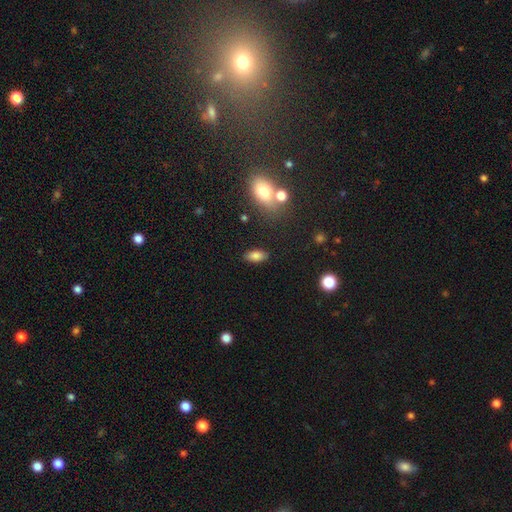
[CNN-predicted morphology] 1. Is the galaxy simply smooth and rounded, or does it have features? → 81% smooth, 10% star or artifact, 9% featured or disk.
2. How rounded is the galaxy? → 88% in between, 8% cigar-shaped, 4% round.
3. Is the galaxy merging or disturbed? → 85% none, 10% minor disturbance, 3% major disturbance, 3% merger.